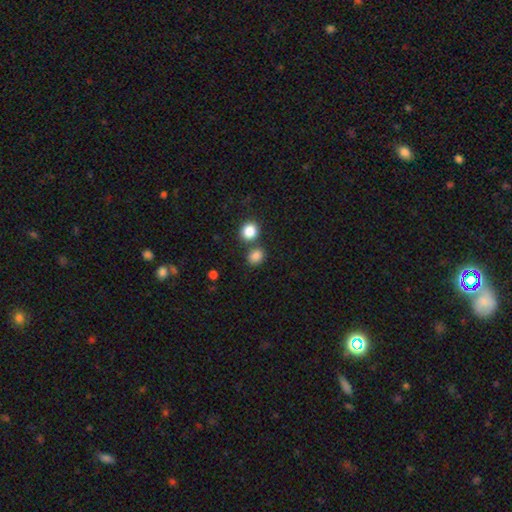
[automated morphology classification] smooth-or-featured: smooth: 83% | star or artifact: 12% | featured or disk: 5%
  how-rounded: round: 61% | in between: 38% | cigar-shaped: 1%
  merging: none: 66% | merger: 21% | minor disturbance: 9% | major disturbance: 3%